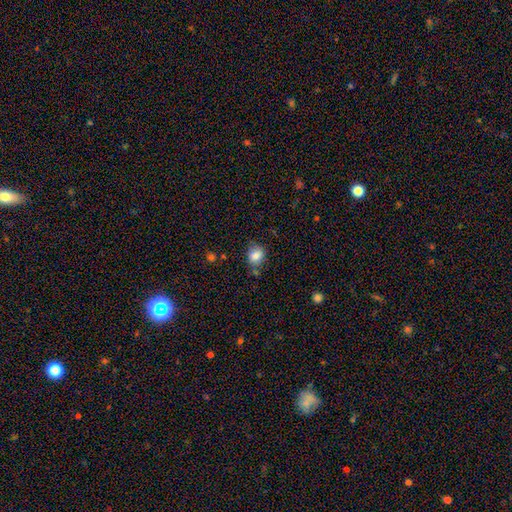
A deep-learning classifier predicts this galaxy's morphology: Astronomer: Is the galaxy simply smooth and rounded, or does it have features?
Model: smooth — 83%.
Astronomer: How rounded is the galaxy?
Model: round — 71%.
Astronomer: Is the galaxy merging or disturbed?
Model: none — 73%.